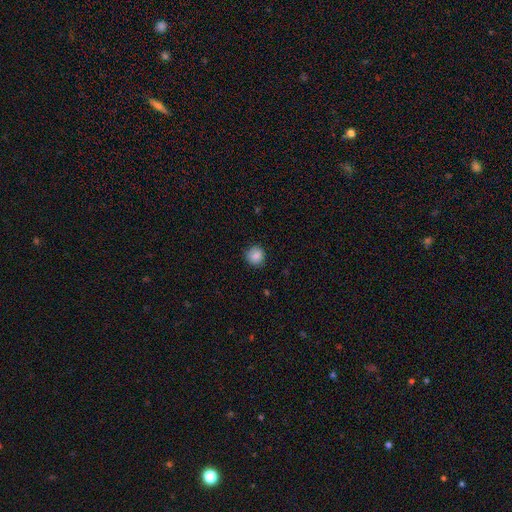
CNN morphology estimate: Smooth or featured? Predicted: smooth (p=0.86). How rounded? Predicted: round (p=0.90). Merging? Predicted: none (p=0.85).